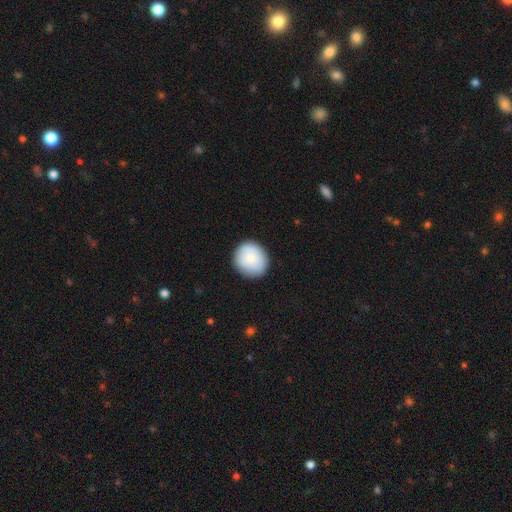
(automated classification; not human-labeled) Smooth or featured?
  - smooth: 81% *
  - featured or disk: 13%
  - star or artifact: 6%
How rounded?
  - round: 85% *
  - in between: 14%
  - cigar-shaped: 1%
Merging?
  - none: 88% *
  - minor disturbance: 9%
  - major disturbance: 2%
  - merger: 1%